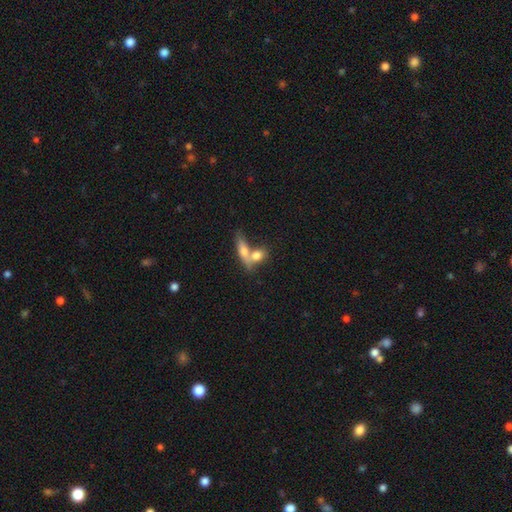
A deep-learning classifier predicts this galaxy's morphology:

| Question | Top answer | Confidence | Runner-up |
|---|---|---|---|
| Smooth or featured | smooth | 72% | featured or disk (20%) |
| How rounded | in between | 58% | round (24%) |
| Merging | merger | 59% | none (29%) |